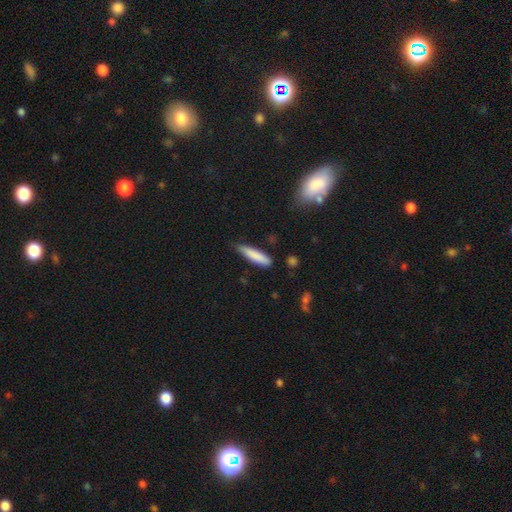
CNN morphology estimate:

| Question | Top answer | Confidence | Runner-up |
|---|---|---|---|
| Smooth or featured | smooth | 84% | featured or disk (10%) |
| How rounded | cigar-shaped | 79% | in between (20%) |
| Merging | none | 75% | minor disturbance (20%) |